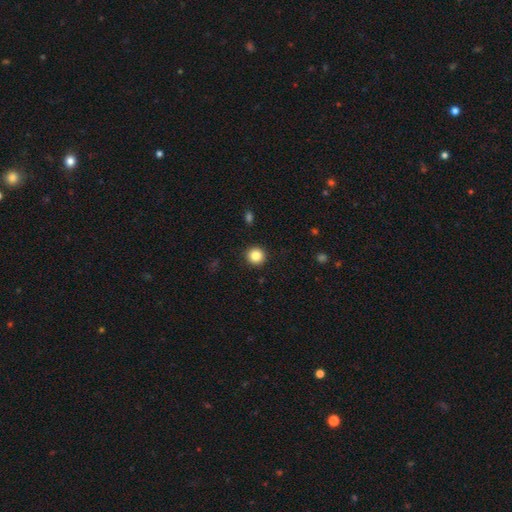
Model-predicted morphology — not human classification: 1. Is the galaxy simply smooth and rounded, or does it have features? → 86% smooth, 10% star or artifact, 4% featured or disk.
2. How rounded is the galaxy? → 95% round, 4% in between, 1% cigar-shaped.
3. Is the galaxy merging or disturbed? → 92% none, 5% minor disturbance, 2% major disturbance, 1% merger.